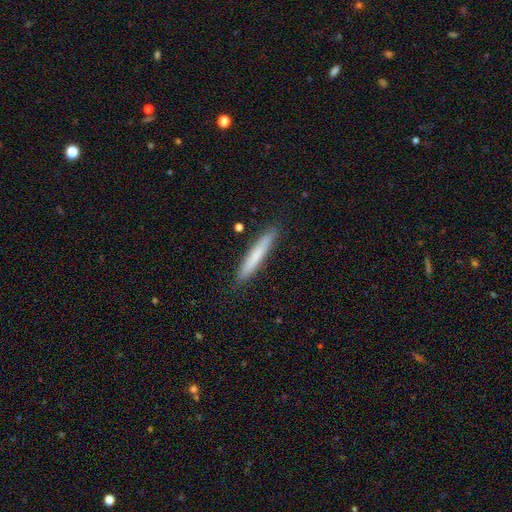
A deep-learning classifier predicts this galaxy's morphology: Smooth or featured? Predicted: smooth (p=0.72). How rounded? Predicted: cigar-shaped (p=0.95). Merging? Predicted: none (p=0.90).